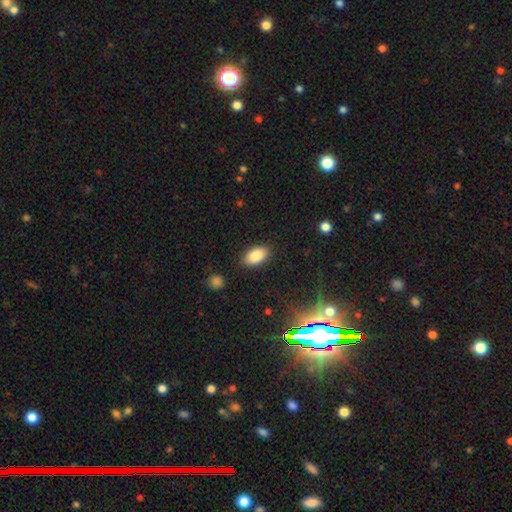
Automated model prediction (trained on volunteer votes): A smooth galaxy with no disk features (86%) that is in between round and cigar-shaped (93%). Merging: none (86%).